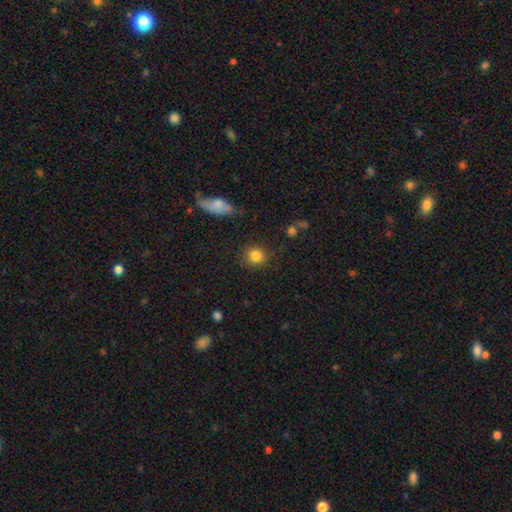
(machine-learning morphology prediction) Overall: smooth (85%). How rounded: round (88%). Merging: none (85%).